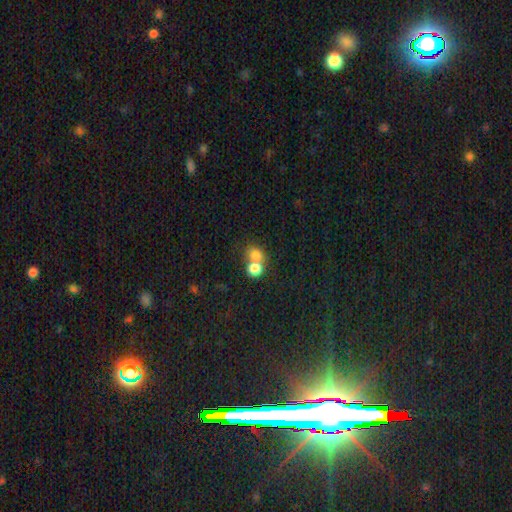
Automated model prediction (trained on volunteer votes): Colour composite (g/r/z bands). It shows a smooth galaxy with no disk features (76%) that is round (65%). Merging: merger (60%).